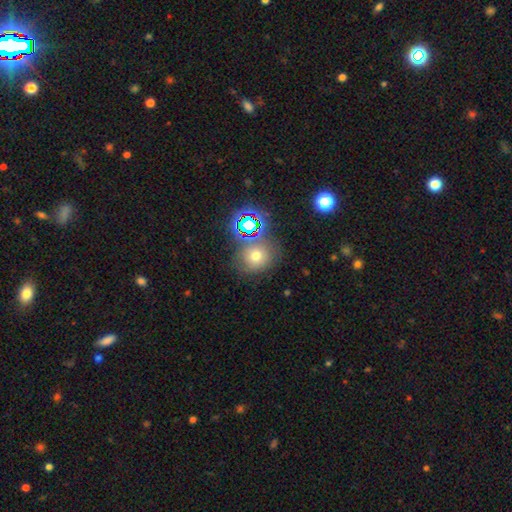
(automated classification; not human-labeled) Smooth or featured?
  - smooth: 60% *
  - star or artifact: 28%
  - featured or disk: 13%
How rounded?
  - round: 81% *
  - in between: 18%
  - cigar-shaped: 1%
Merging?
  - none: 68% *
  - merger: 14%
  - minor disturbance: 13%
  - major disturbance: 6%